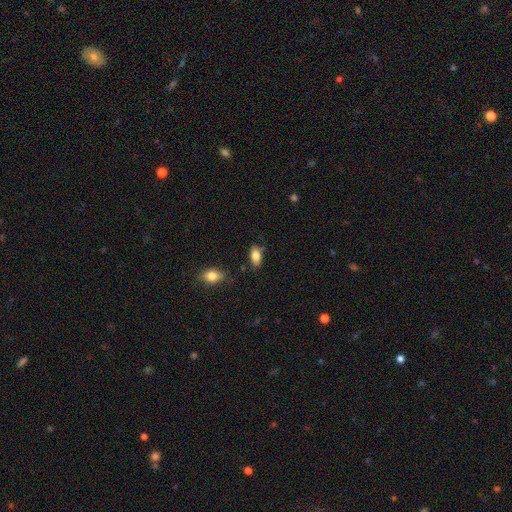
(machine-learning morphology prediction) This is clearly a smooth galaxy (83%). How rounded: clearly in between (90%). Merging: likely none (78%).